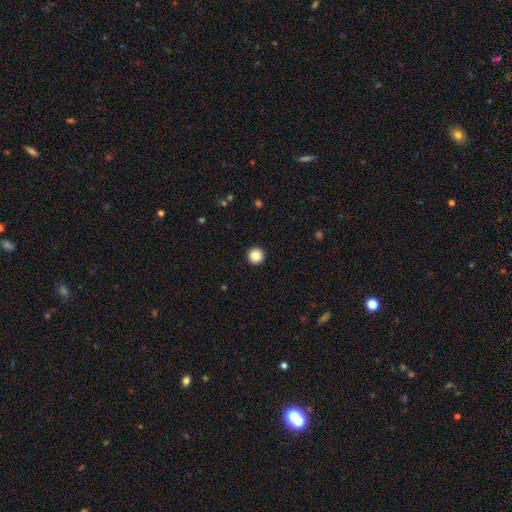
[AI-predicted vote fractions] Overall: smooth (88%). How rounded: round (96%). Merging: none (94%).